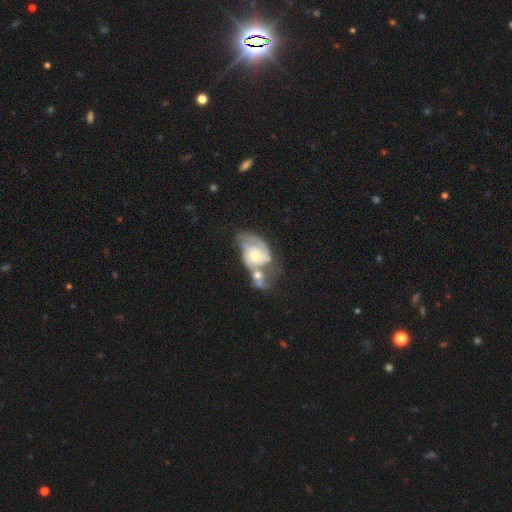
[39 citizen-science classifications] Smooth or featured? 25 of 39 (64%) said featured or disk. Edge-on disk? 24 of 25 (96%) said no. Bar? 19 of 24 (79%) said no. Spiral arms? 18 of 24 (75%) said yes. Spiral winding? 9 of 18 (50%) said medium. Spiral arm count? 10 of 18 (56%) said 2. Bulge size? 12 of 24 (50%) said moderate. Merging? 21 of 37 (57%) said merger.